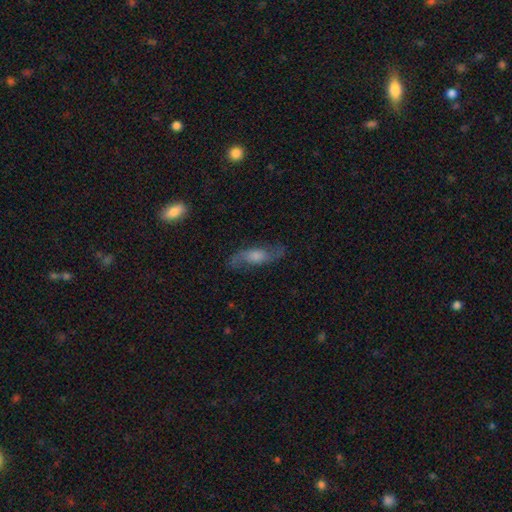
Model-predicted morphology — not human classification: A featured or disk galaxy (74%) with no bar (57%), 2 (91%) loose (61%) spiral arms (93%) and a moderate central bulge (43%).

Vote fractions:
- Smooth or featured? featured or disk: 74% / smooth: 18% / star or artifact: 8%
- Edge-on disk? no: 84% / yes: 16%
- Bar? no: 57% / weak: 34% / strong: 9%
- Spiral arms? yes: 93% / no: 7%
- Spiral winding? loose: 61% / medium: 31% / tight: 8%
- Spiral arm count? 2: 91% / can't tell: 4% / 1: 2% / 3: 1% / 4: 1% / more than 4: 1%
- Bulge size? moderate: 43% / small: 25% / large: 20% / none: 9% / dominant: 3%
- Merging? none: 77% / minor disturbance: 15% / major disturbance: 7% / merger: 1%